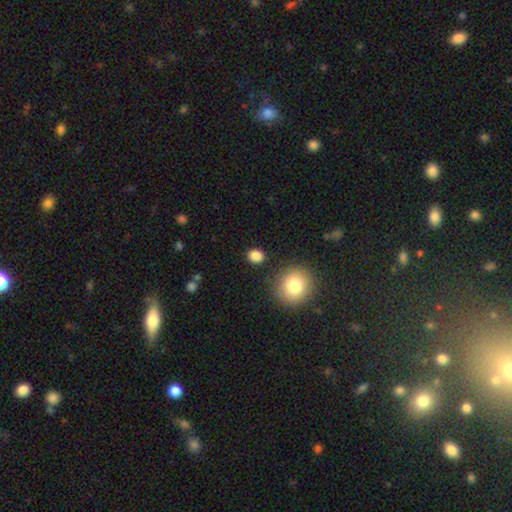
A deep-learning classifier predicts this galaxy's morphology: type=smooth (85%); roundness=round (68%); merging=none (87%).